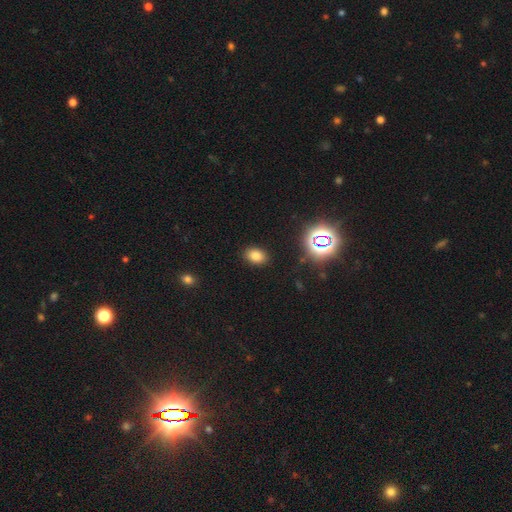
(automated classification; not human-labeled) Q: Smooth or featured?
A: smooth (77%); runner-up: star or artifact (17%)
Q: How rounded?
A: in between (78%); runner-up: round (20%)
Q: Merging?
A: none (88%); runner-up: minor disturbance (8%)